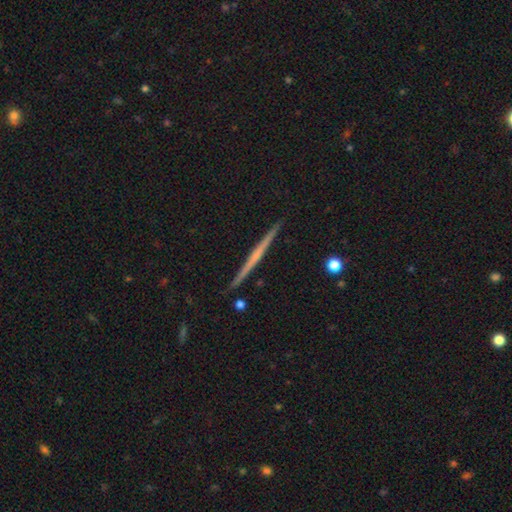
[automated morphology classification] A featured or disk galaxy (70%) viewed edge-on (98%) with no central bulge (65%). Merging: none (92%).